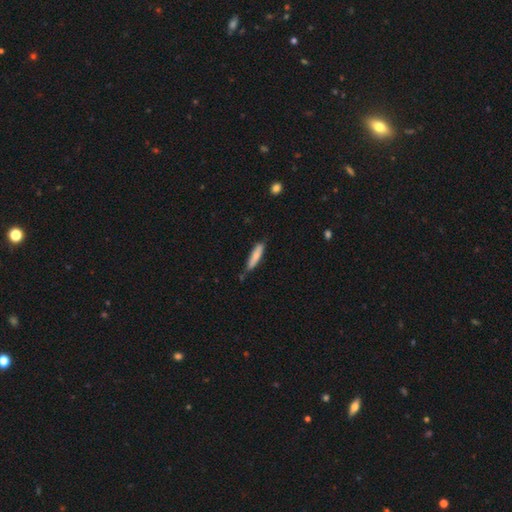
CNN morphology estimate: Q: Smooth or featured?
A: smooth (77%); runner-up: featured or disk (17%)
Q: How rounded?
A: cigar-shaped (83%); runner-up: in between (16%)
Q: Merging?
A: none (72%); runner-up: minor disturbance (21%)